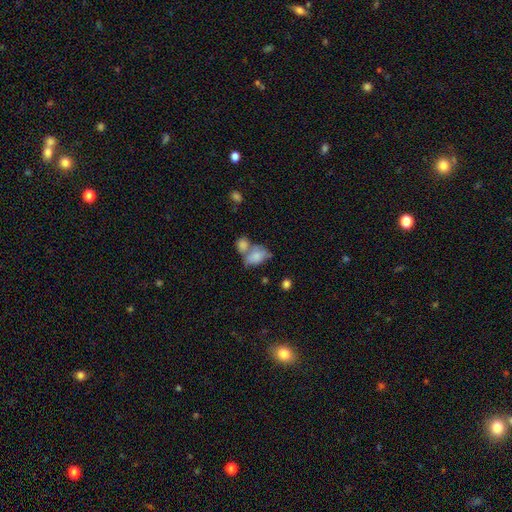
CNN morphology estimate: type=smooth (73%); roundness=in between (83%); merging=merger (55%).